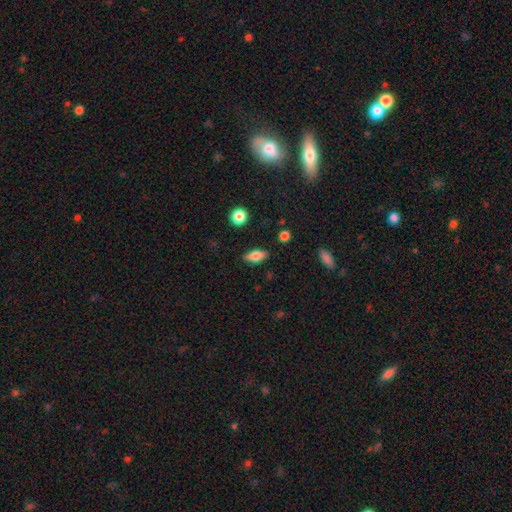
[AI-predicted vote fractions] Smooth or featured? smooth (74%)
How rounded? in between (82%)
Merging? none (85%)